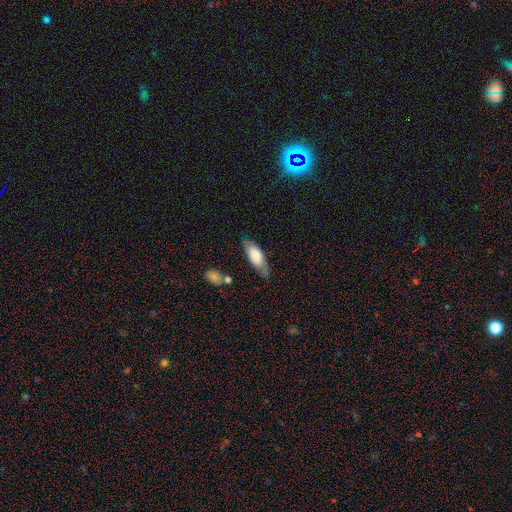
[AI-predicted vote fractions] Smooth or featured? smooth (71%)
How rounded? in between (71%)
Merging? none (65%)